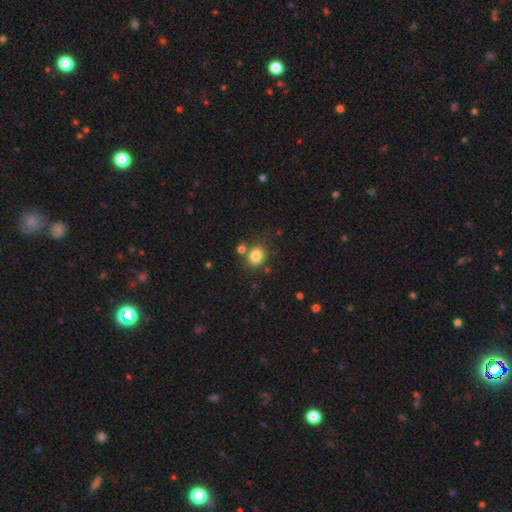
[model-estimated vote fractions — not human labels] Smooth or featured: smooth — 82% (star or artifact — 11%)
How rounded: round — 72% (in between — 28%)
Merging: none — 72% (merger — 12%)